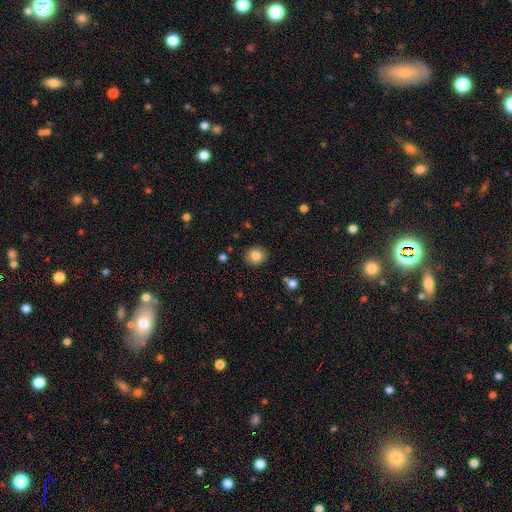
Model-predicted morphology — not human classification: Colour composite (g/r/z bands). It shows a smooth galaxy with no disk features (82%) that is round (80%). Merging: none (89%).